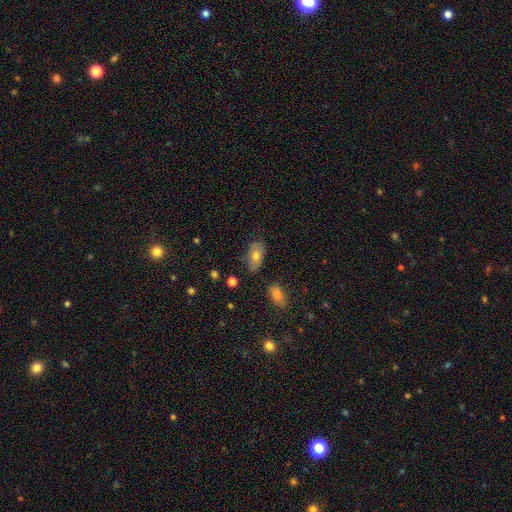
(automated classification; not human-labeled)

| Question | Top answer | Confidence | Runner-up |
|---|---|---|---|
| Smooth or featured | smooth | 73% | featured or disk (18%) |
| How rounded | in between | 90% | round (6%) |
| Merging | none | 71% | minor disturbance (21%) |